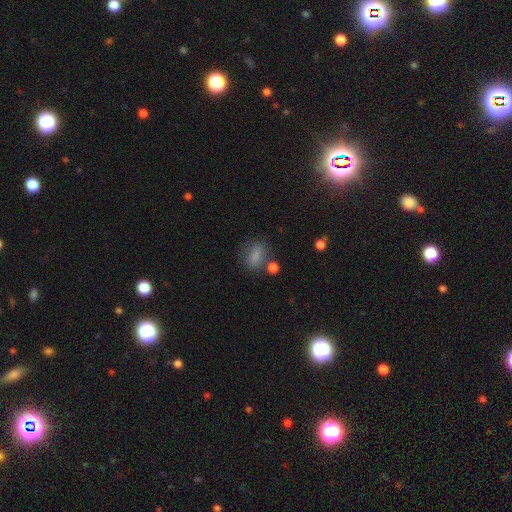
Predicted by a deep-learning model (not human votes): Q: Smooth or featured?
A: smooth (78%); runner-up: star or artifact (12%)
Q: How rounded?
A: in between (69%); runner-up: round (22%)
Q: Merging?
A: none (64%); runner-up: minor disturbance (18%)